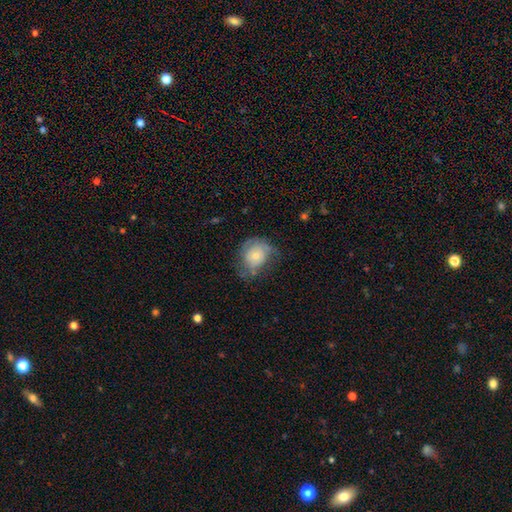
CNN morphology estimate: A featured or disk galaxy (51%).

Vote fractions:
- Smooth or featured? featured or disk: 51% / smooth: 42% / star or artifact: 7%
- Edge-on disk? no: 96% / yes: 4%
- Merging? none: 47% / minor disturbance: 30% / major disturbance: 20% / merger: 2%